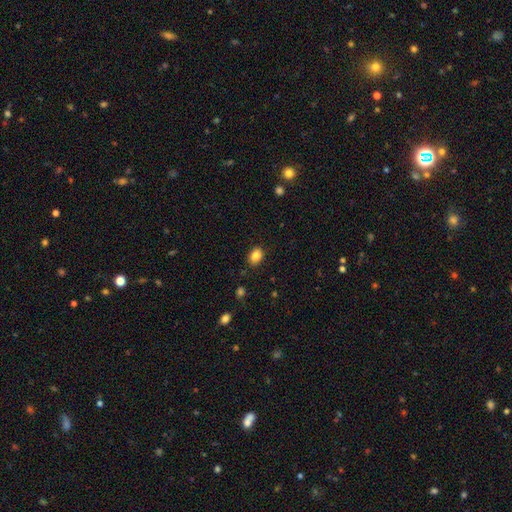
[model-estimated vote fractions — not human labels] smooth_or_featured: smooth (p=0.85) [alt: star or artifact p=0.10]
how_rounded: in between (p=0.66) [alt: round p=0.33]
merging: none (p=0.86) [alt: minor disturbance p=0.10]